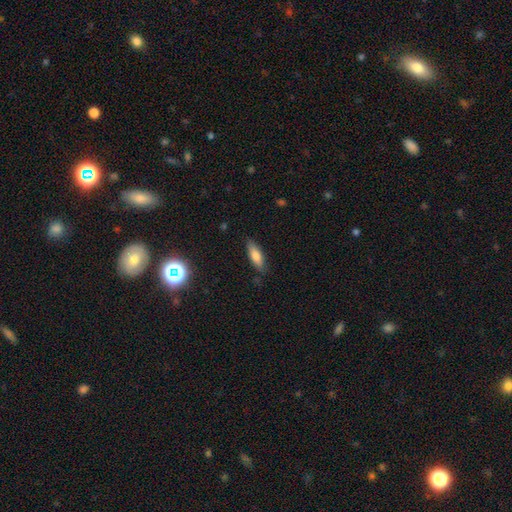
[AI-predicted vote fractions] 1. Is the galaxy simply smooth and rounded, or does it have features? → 77% smooth, 15% featured or disk, 8% star or artifact.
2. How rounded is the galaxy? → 61% in between, 37% cigar-shaped, 2% round.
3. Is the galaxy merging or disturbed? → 80% none, 15% minor disturbance, 3% major disturbance, 1% merger.